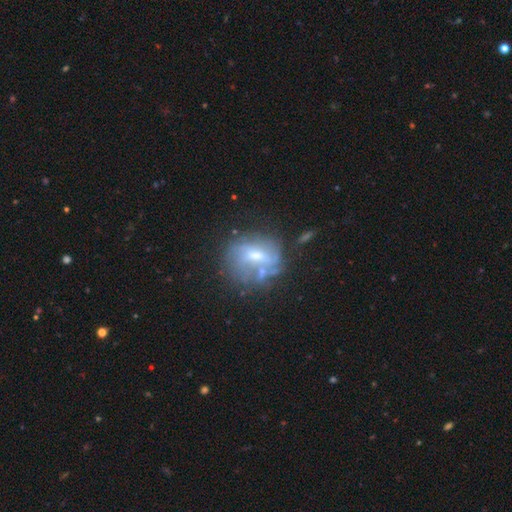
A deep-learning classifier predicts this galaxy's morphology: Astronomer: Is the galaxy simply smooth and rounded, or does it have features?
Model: featured or disk — 60%.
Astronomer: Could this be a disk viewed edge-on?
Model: no — 94%.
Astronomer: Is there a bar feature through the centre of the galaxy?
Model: weak — 44% (runner-up: no, 39%).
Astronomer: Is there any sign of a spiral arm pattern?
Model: no — 56% (runner-up: yes, 44%).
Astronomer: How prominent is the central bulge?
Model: moderate — 53% (runner-up: small, 35%).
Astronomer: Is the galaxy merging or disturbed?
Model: none — 51%.